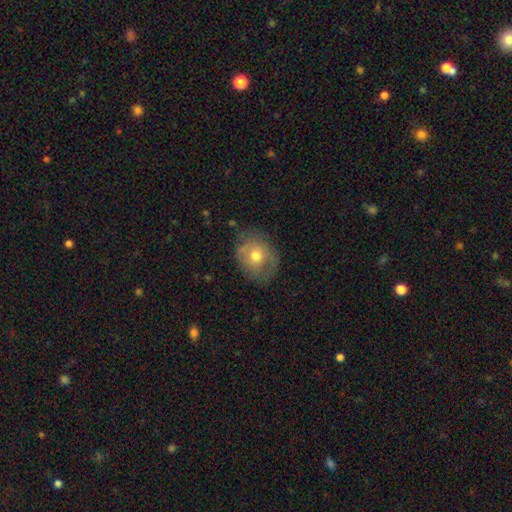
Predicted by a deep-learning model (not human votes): Q: Smooth or featured?
A: smooth (60%); runner-up: featured or disk (31%)
Q: How rounded?
A: round (53%); runner-up: in between (46%)
Q: Merging?
A: none (65%); runner-up: minor disturbance (24%)